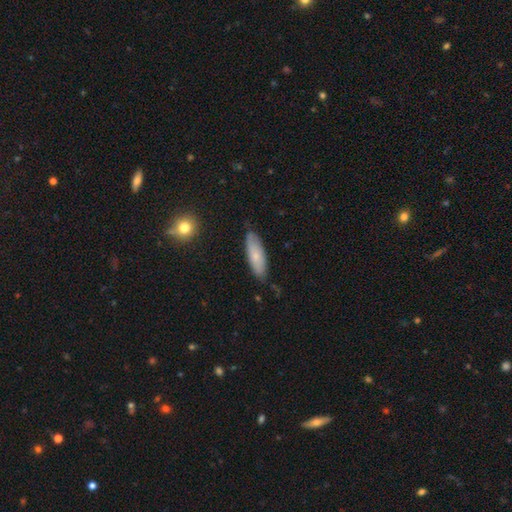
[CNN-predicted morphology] Q: Smooth or featured?
A: smooth (69%); runner-up: featured or disk (25%)
Q: How rounded?
A: in between (58%); runner-up: cigar-shaped (40%)
Q: Merging?
A: none (77%); runner-up: minor disturbance (19%)